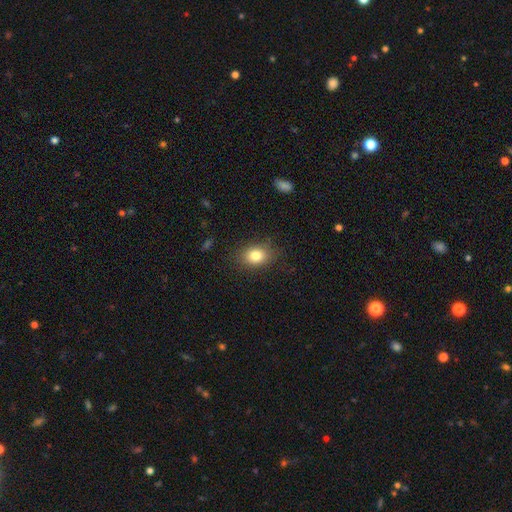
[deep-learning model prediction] smooth_or_featured: smooth (p=0.82) [alt: star or artifact p=0.10]
how_rounded: in between (p=0.67) [alt: round p=0.32]
merging: none (p=0.83) [alt: minor disturbance p=0.12]